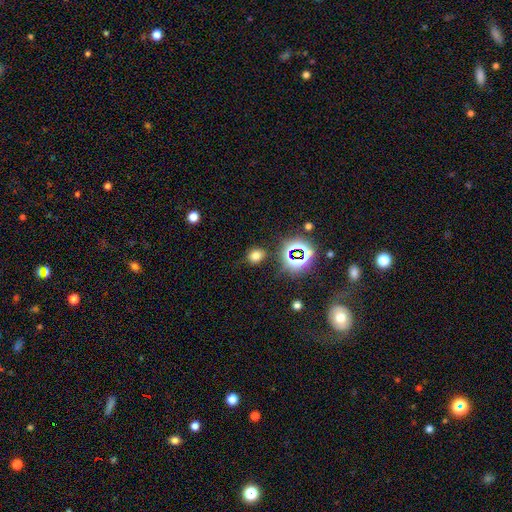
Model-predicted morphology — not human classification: This appears to be a smooth galaxy with no disk features (67%) that is round (64%). Merging: none (81%).